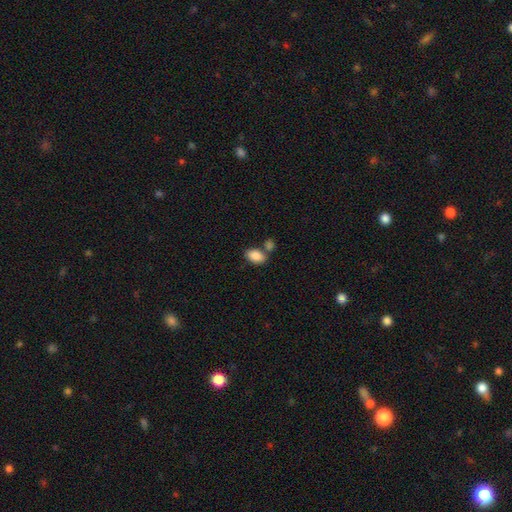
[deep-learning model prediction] This is clearly a smooth galaxy (87%). How rounded: clearly in between (91%). Merging: possibly none (57%).